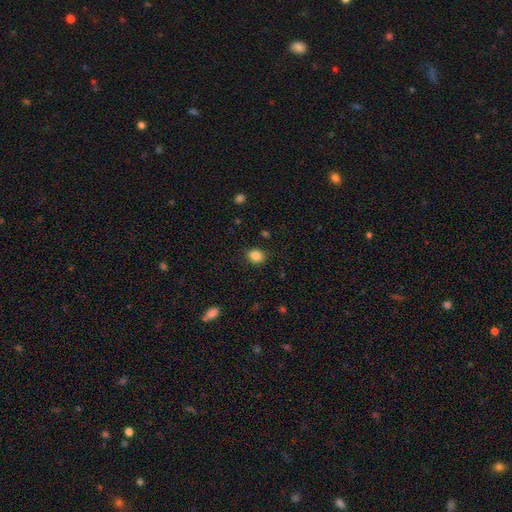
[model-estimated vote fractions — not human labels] Smooth or featured: smooth — 85% (star or artifact — 10%)
How rounded: round — 55% (in between — 44%)
Merging: none — 85% (minor disturbance — 11%)